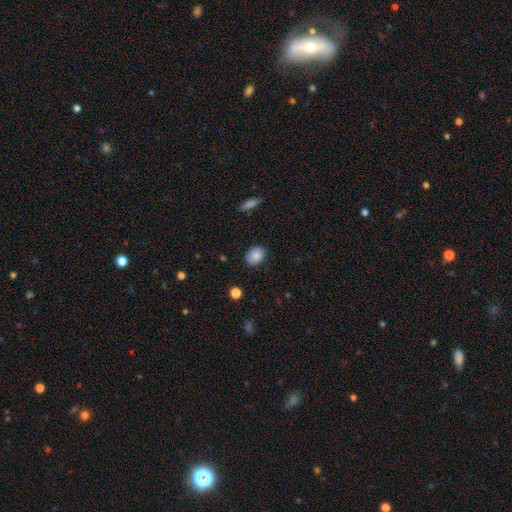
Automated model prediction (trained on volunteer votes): Q: Smooth or featured?
A: smooth (87%); runner-up: star or artifact (8%)
Q: How rounded?
A: in between (62%); runner-up: round (37%)
Q: Merging?
A: none (85%); runner-up: minor disturbance (12%)